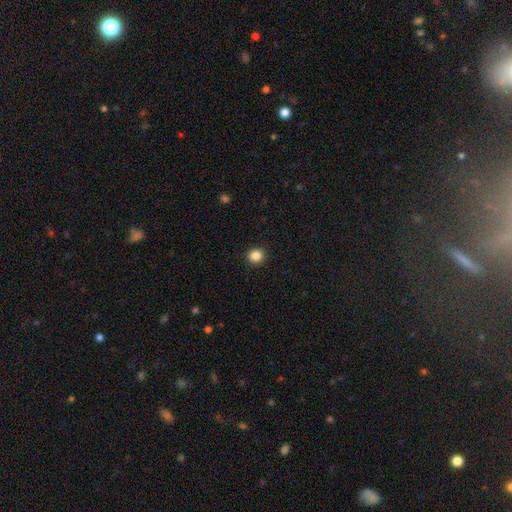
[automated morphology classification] A smooth galaxy with no disk features (85%) that is round (89%).

Vote fractions:
- Smooth or featured? smooth: 85% / star or artifact: 11% / featured or disk: 4%
- How rounded? round: 89% / in between: 10% / cigar-shaped: 1%
- Merging? none: 92% / minor disturbance: 5% / major disturbance: 2% / merger: 1%